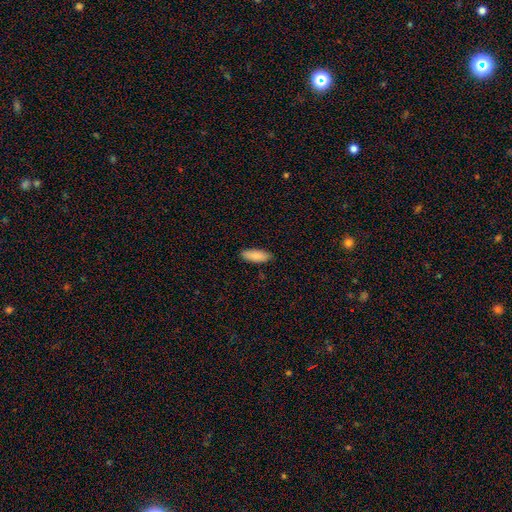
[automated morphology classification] Smooth or featured: smooth — 89% (star or artifact — 6%)
How rounded: in between — 71% (cigar-shaped — 28%)
Merging: none — 87% (minor disturbance — 10%)